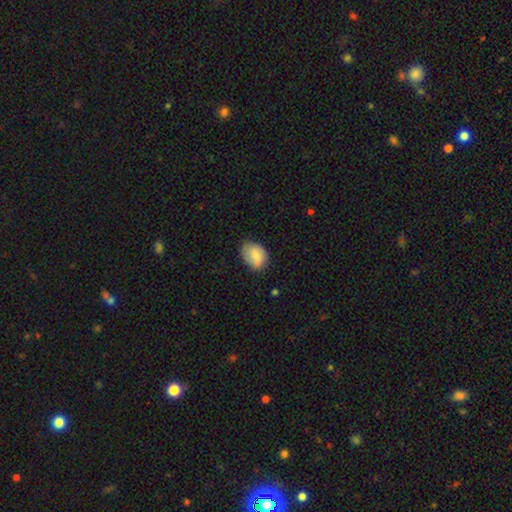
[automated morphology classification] The model was most divided on "merging": none: 68%, minor disturbance: 25%, major disturbance: 5%, merger: 1%. More confident: smooth or featured — smooth (80%); how rounded — in between (73%).